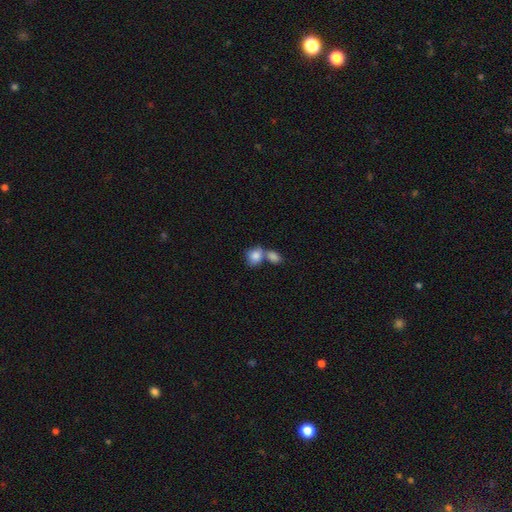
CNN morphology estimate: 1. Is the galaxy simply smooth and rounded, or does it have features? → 84% smooth, 8% star or artifact, 8% featured or disk.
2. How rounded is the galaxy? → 52% round, 46% in between, 1% cigar-shaped.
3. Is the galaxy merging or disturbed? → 54% merger, 34% none, 9% minor disturbance, 4% major disturbance.